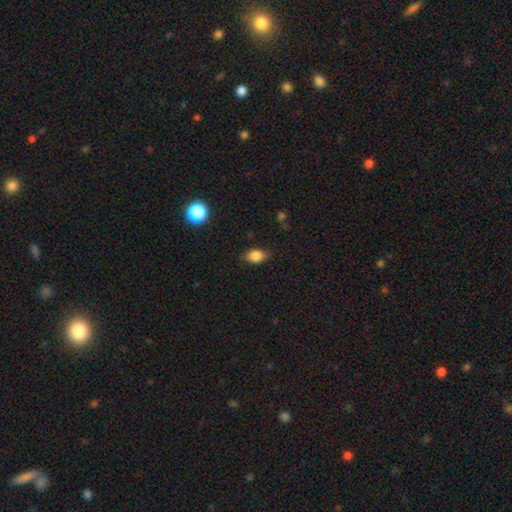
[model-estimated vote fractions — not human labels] This appears to be a smooth galaxy with no disk features (80%) that is in between round and cigar-shaped (77%). Merging: none (77%).